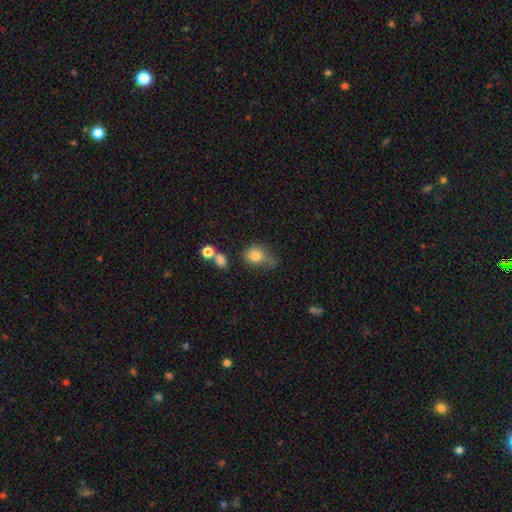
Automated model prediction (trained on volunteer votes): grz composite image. It shows a smooth galaxy with no disk features (79%) that is round (60%). Merging: none (40%).